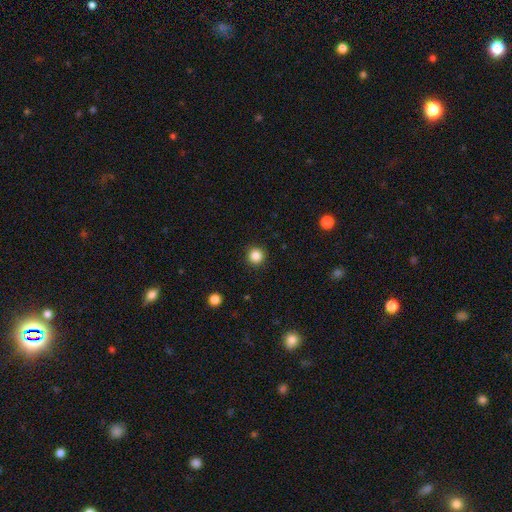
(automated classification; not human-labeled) Smooth or featured?
  - smooth: 85% *
  - star or artifact: 11%
  - featured or disk: 3%
How rounded?
  - round: 95% *
  - in between: 4%
  - cigar-shaped: 1%
Merging?
  - none: 92% *
  - minor disturbance: 5%
  - major disturbance: 2%
  - merger: 1%